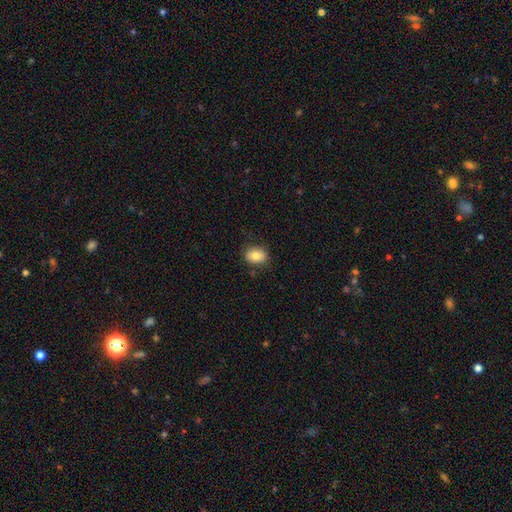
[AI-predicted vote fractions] Morphology: type=smooth (80%); roundness=in between (62%); merging=none (82%).